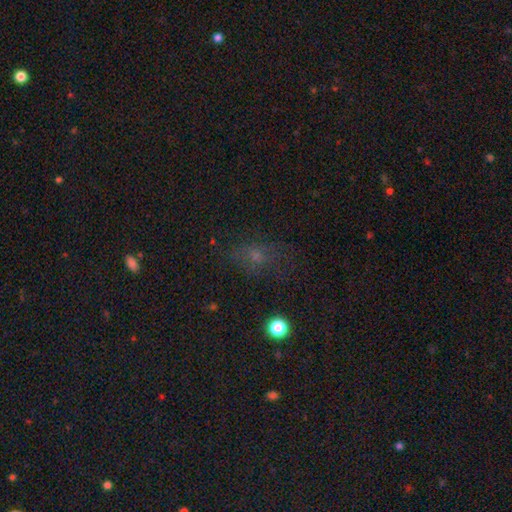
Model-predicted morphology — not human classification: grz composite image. It shows a smooth galaxy with no disk features (51%) that is in between round and cigar-shaped (59%). Merging: none (66%).